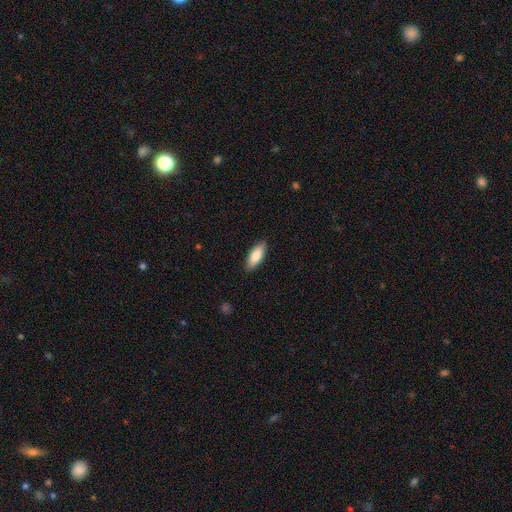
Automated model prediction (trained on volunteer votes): smooth_or_featured: smooth (p=0.81) [alt: featured or disk p=0.14]
how_rounded: in between (p=0.73) [alt: cigar-shaped p=0.26]
merging: none (p=0.89) [alt: minor disturbance p=0.09]